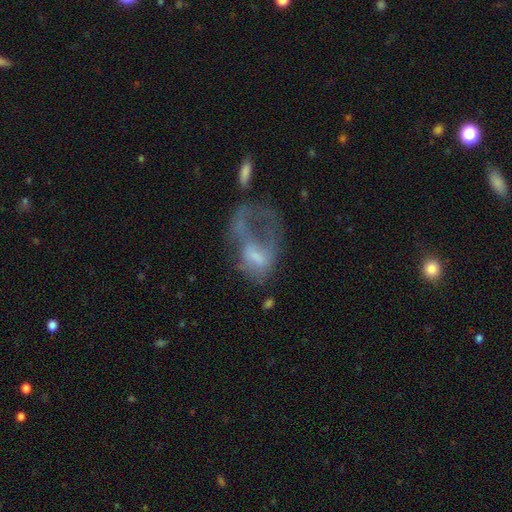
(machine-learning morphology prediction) Smooth or featured: featured or disk — 52% (smooth — 36%)
Edge-on disk: no — 96% (yes — 4%)
Merging: major disturbance — 61% (none — 16%)